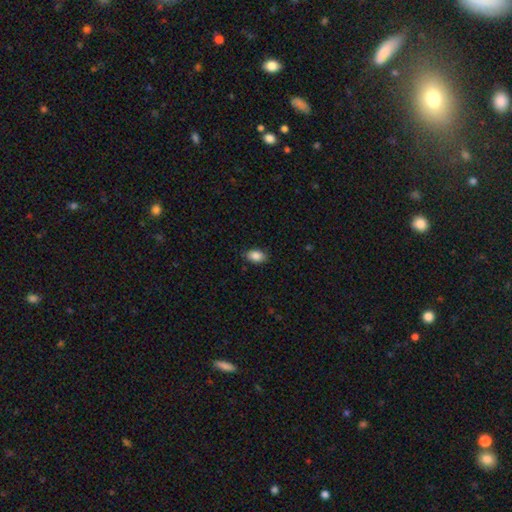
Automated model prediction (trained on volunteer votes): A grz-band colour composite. It shows a smooth galaxy with no disk features (88%) that is in between round and cigar-shaped (89%). Merging: none (86%).